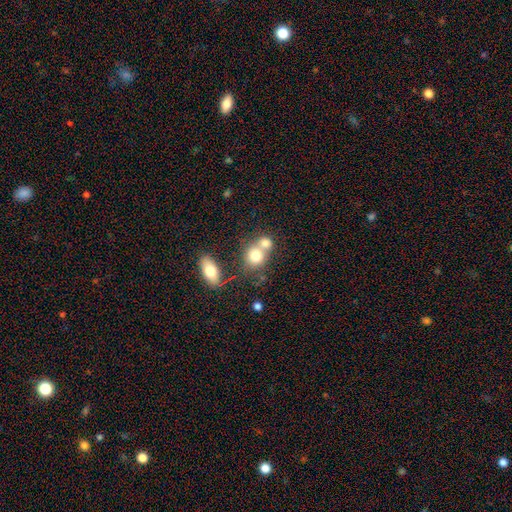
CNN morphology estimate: Overall: smooth (77%). How rounded: round (65%; in between 34%). Merging: merger (55%; none 33%).